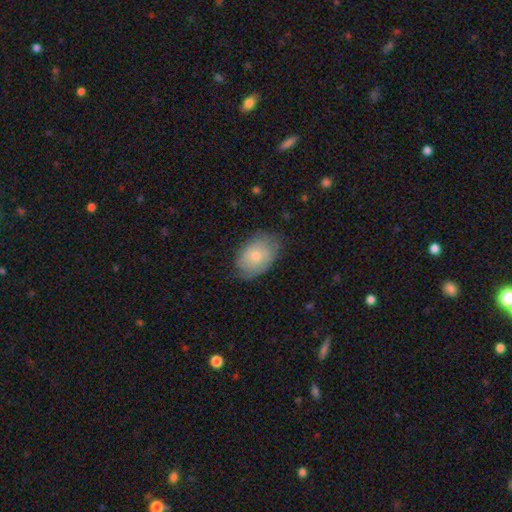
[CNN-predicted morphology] smooth 63%, featured or disk 30%, star or artifact 7%. Down the decision tree: how rounded — in between (86%); merging — none (67%).